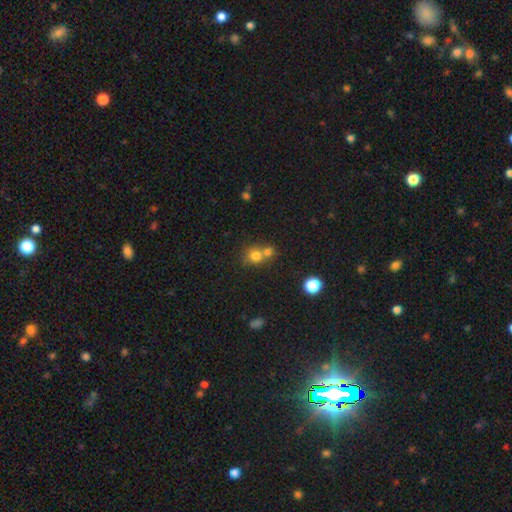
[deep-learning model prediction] Smooth or featured? Predicted: smooth (p=0.76). How rounded? Predicted: round (p=0.85). Merging? Predicted: merger (p=0.50).